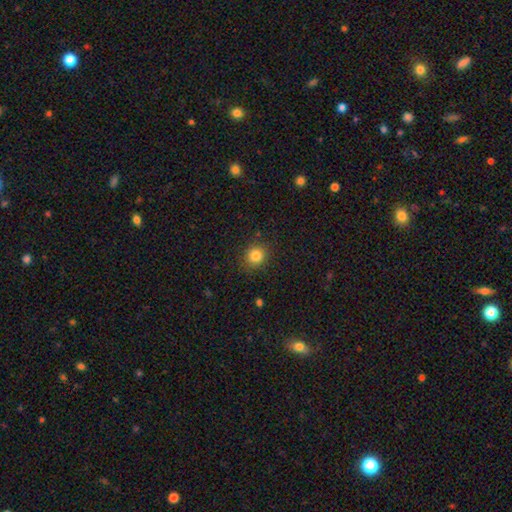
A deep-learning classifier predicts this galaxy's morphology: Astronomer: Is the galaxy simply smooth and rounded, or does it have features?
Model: smooth — 83%.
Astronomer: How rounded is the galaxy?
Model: round — 85%.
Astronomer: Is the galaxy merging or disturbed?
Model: none — 88%.